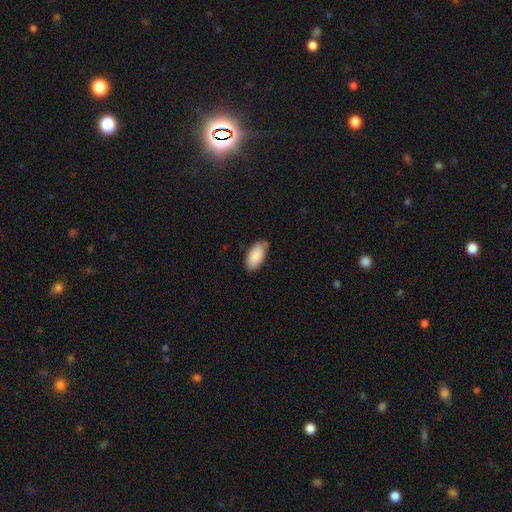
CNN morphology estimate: Smooth or featured? Predicted: smooth (p=0.88). How rounded? Predicted: in between (p=0.95). Merging? Predicted: none (p=0.77).